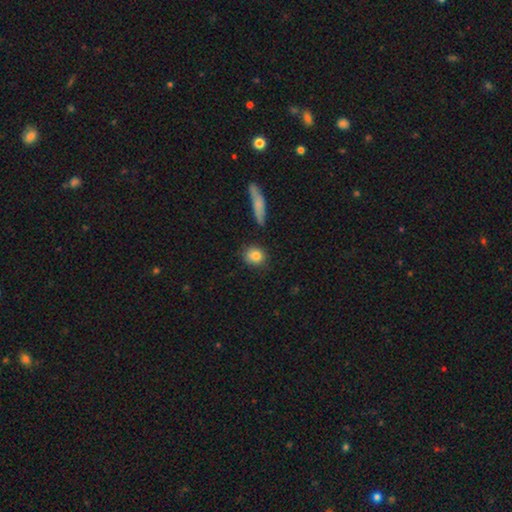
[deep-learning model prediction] Q: Smooth or featured?
A: smooth (83%); runner-up: star or artifact (9%)
Q: How rounded?
A: round (78%); runner-up: in between (19%)
Q: Merging?
A: none (83%); runner-up: minor disturbance (11%)